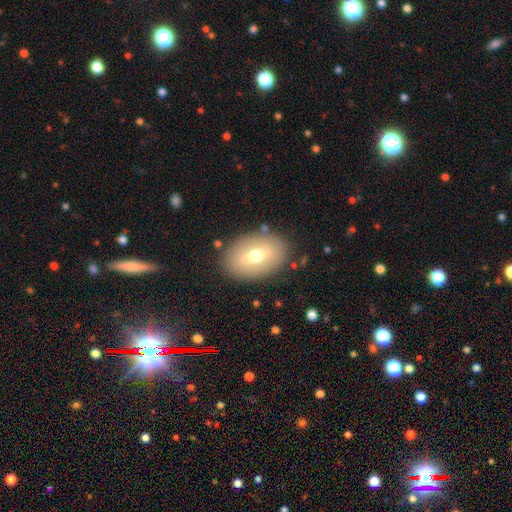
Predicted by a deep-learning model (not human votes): Morphology: type=smooth (59%); roundness=in between (81%); merging=none (84%).